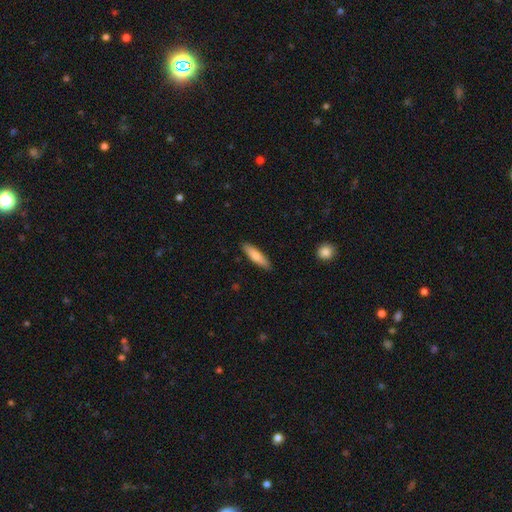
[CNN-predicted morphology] This is likely a smooth galaxy (77%). How rounded: likely cigar-shaped (68%). Merging: clearly none (88%).